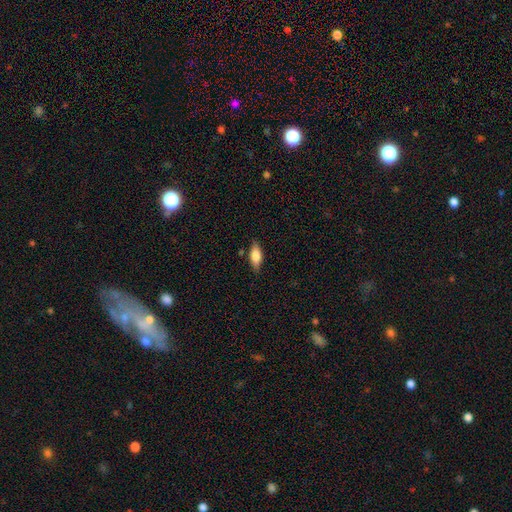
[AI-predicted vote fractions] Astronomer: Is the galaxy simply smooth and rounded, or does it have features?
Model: smooth — 76%.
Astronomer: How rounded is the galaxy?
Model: in between — 78%.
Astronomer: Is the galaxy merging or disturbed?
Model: none — 80%.